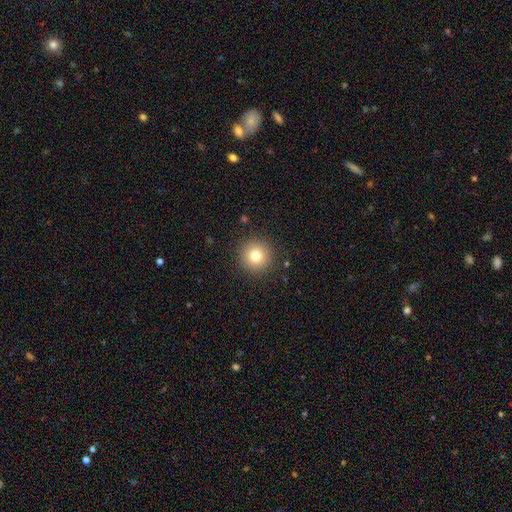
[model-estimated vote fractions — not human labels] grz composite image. It shows a smooth galaxy with no disk features (78%) that is round (95%). Merging: none (90%).